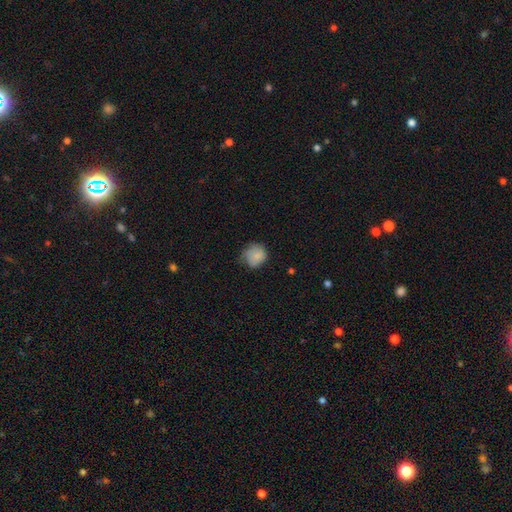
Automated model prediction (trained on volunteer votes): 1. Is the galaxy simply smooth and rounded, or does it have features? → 82% smooth, 10% featured or disk, 8% star or artifact.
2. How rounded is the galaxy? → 78% round, 21% in between, 1% cigar-shaped.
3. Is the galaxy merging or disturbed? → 53% none, 35% minor disturbance, 10% major disturbance, 1% merger.